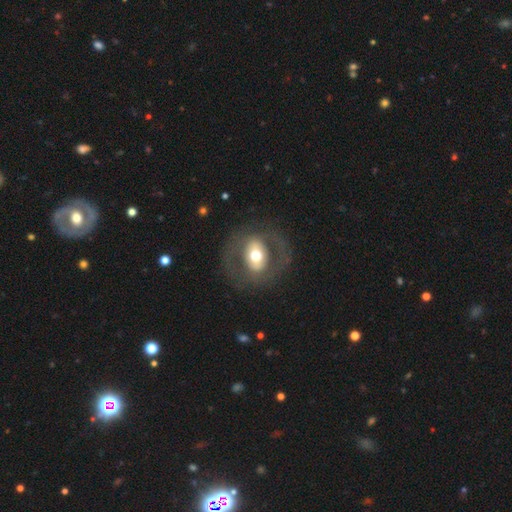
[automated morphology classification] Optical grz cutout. It shows a featured or disk galaxy (56%) with no bar (46%), no spiral arms (72%) and a moderate central bulge (63%). Merging: none (75%).